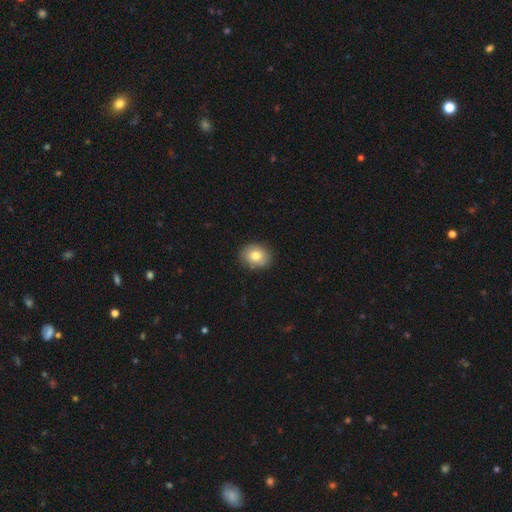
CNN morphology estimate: The model was most divided on "how rounded": round: 51%, in between: 49%, cigar-shaped: 1%. More confident: merging — none (86%); smooth or featured — smooth (80%).